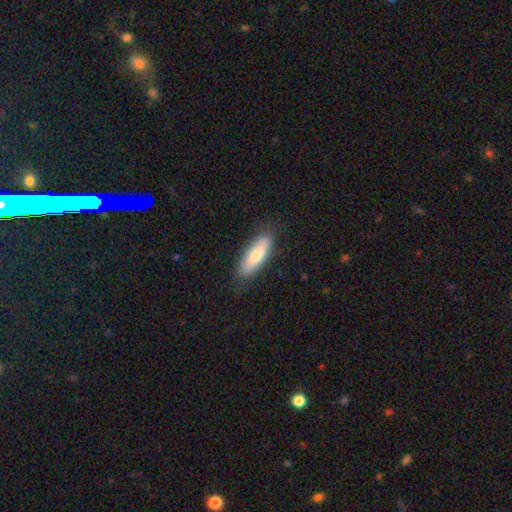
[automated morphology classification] Smooth or featured: smooth — 70% (featured or disk — 24%)
How rounded: in between — 49% (tied with cigar-shaped — 49%)
Merging: none — 83% (minor disturbance — 14%)